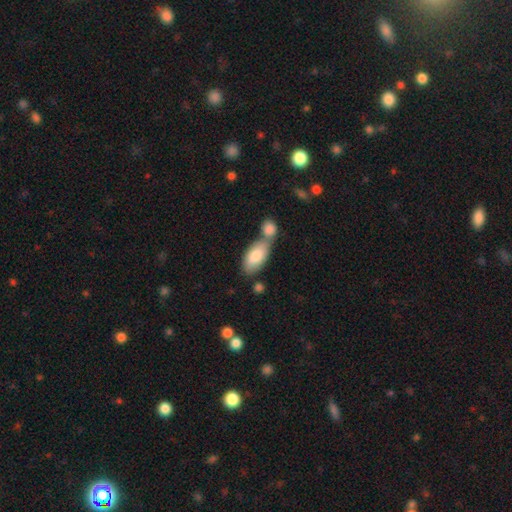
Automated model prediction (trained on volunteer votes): This is clearly a smooth galaxy (83%). How rounded: clearly in between (91%). Merging: possibly merger (47%).